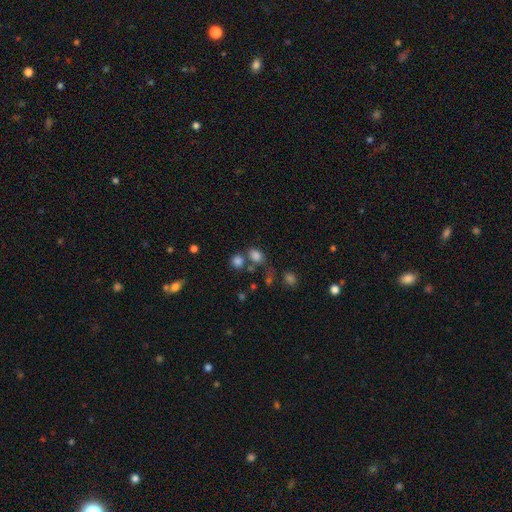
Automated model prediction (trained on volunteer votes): A smooth galaxy with no disk features (79%) that is in between round and cigar-shaped (59%). Merging: none (49%).